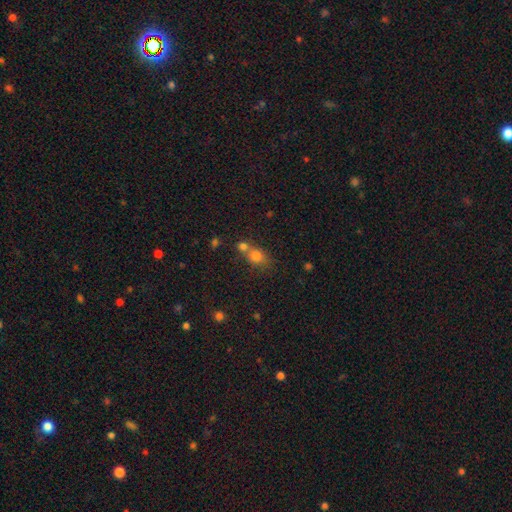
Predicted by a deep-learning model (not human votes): Smooth or featured?
  - smooth: 77% *
  - star or artifact: 13%
  - featured or disk: 10%
How rounded?
  - in between: 49% *
  - round: 48%
  - cigar-shaped: 3%
Merging?
  - merger: 50% *
  - none: 35%
  - minor disturbance: 10%
  - major disturbance: 5%